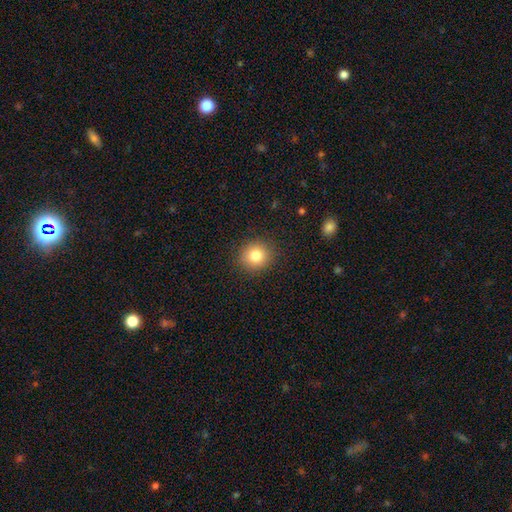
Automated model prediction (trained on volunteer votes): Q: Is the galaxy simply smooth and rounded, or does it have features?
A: smooth — 82%.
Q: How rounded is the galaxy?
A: round — 87%.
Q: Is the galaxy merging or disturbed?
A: none — 90%.